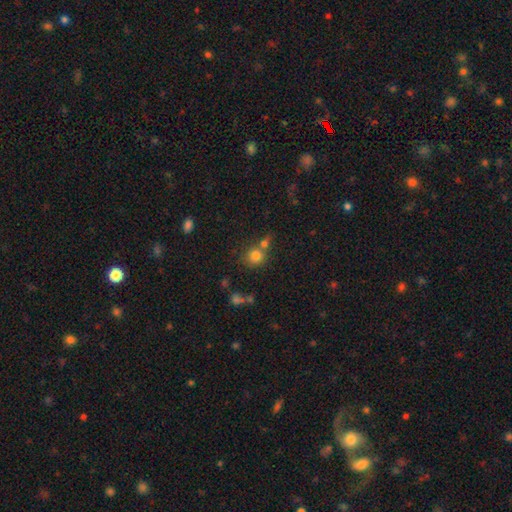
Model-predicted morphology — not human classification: Smooth or featured: smooth — 78% (star or artifact — 13%)
How rounded: round — 86% (in between — 13%)
Merging: none — 54% (merger — 33%)